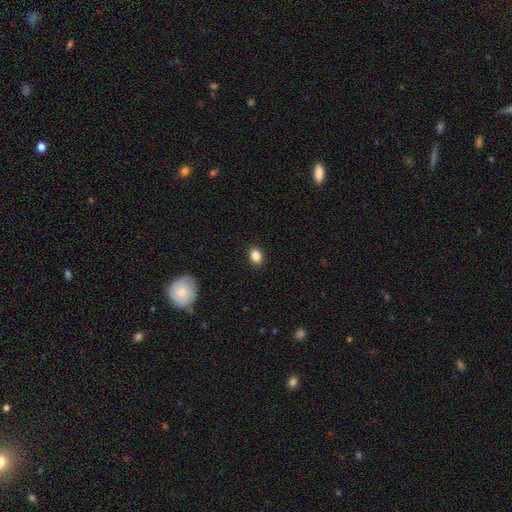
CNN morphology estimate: This appears to be a smooth galaxy with no disk features (86%) that is in between round and cigar-shaped (61%). Merging: none (90%).